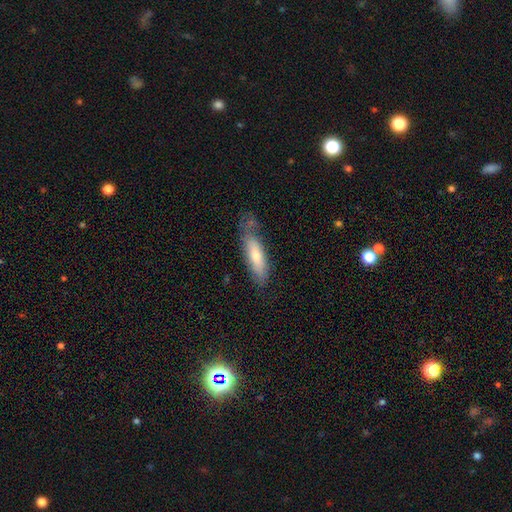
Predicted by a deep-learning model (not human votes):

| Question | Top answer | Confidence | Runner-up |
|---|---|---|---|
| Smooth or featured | smooth | 63% | featured or disk (31%) |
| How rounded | cigar-shaped | 58% | in between (40%) |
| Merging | none | 61% | minor disturbance (26%) |